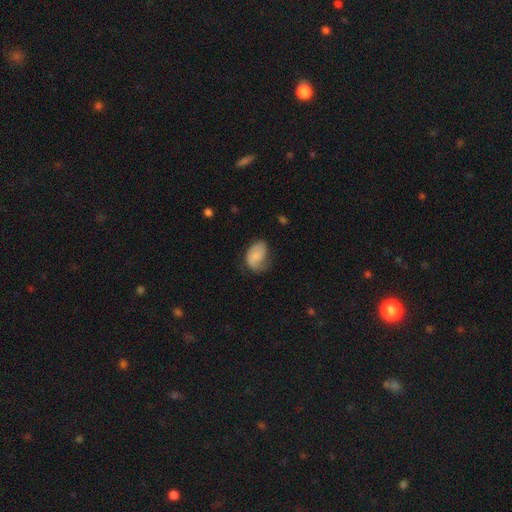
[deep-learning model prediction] Smooth or featured? smooth (66%)
How rounded? in between (81%)
Merging? none (40%)